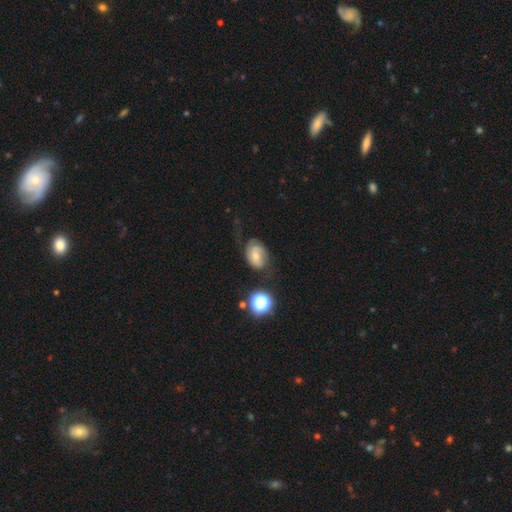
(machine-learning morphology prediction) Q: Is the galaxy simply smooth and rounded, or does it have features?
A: featured or disk — 50%.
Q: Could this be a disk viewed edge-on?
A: no — 96%.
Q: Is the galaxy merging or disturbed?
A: none — 42%.